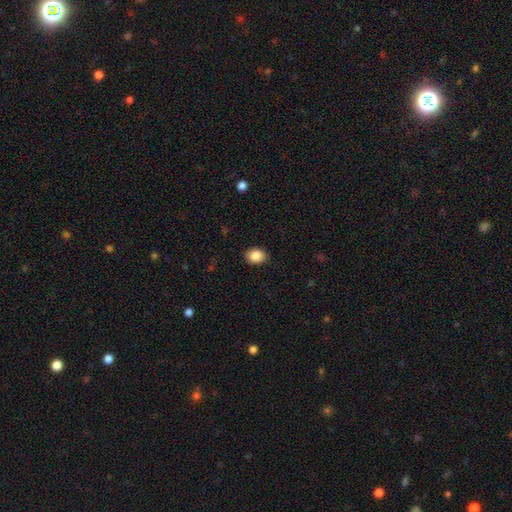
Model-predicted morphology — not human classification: Smooth or featured?
  - smooth: 86% *
  - star or artifact: 8%
  - featured or disk: 5%
How rounded?
  - in between: 62% *
  - round: 37%
  - cigar-shaped: 1%
Merging?
  - none: 85% *
  - minor disturbance: 12%
  - major disturbance: 2%
  - merger: 1%